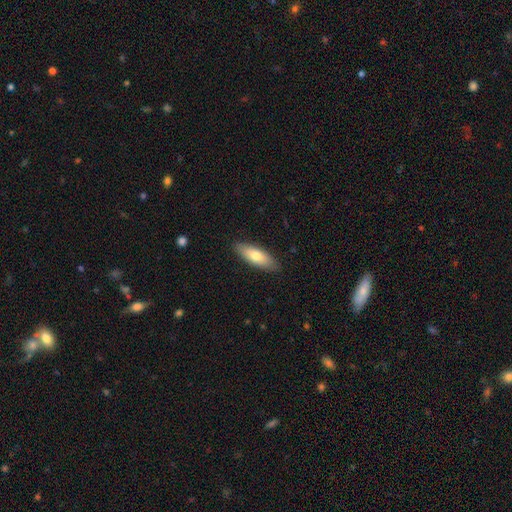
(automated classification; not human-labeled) Smooth or featured? smooth (71%)
How rounded? in between (67%)
Merging? none (87%)